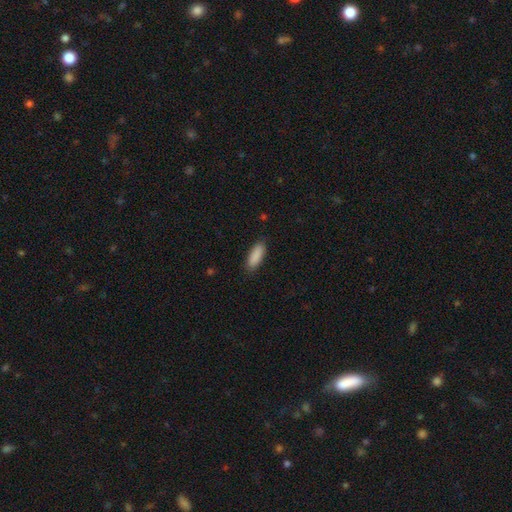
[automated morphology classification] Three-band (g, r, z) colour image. It shows a smooth galaxy with no disk features (90%) that is in between round and cigar-shaped (68%). Merging: none (87%).